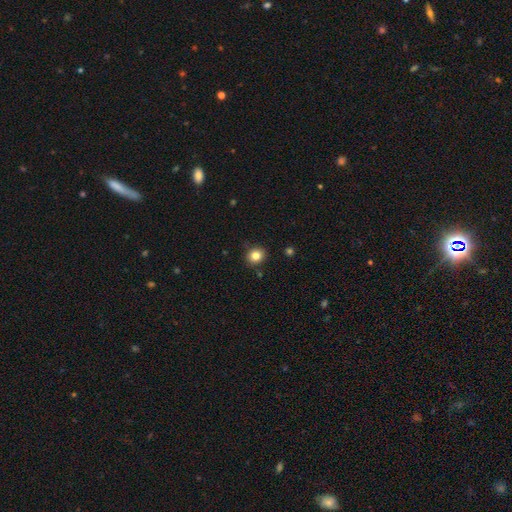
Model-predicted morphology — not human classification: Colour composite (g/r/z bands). It shows a smooth galaxy with no disk features (83%) that is round (78%). Merging: none (87%).